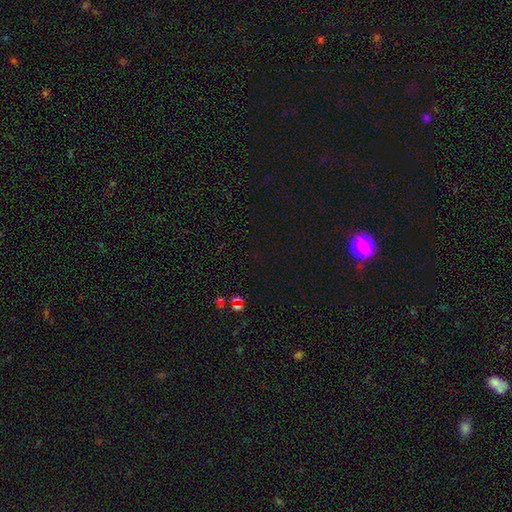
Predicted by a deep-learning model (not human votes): smooth_or_featured: star or artifact (p=0.73) [alt: smooth p=0.19]